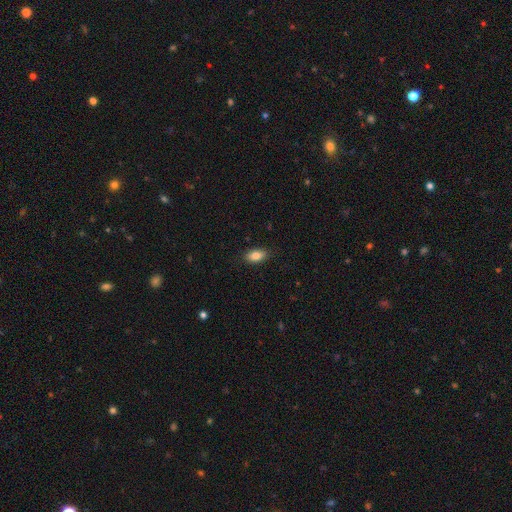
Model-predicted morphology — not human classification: Smooth or featured? smooth (85%)
How rounded? in between (91%)
Merging? none (88%)